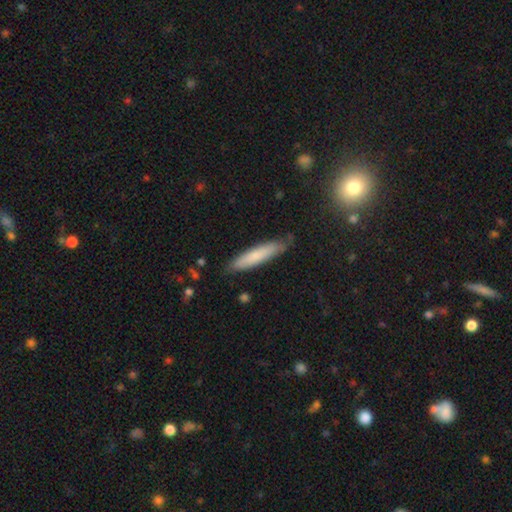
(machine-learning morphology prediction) Q: Smooth or featured?
A: smooth (74%); runner-up: featured or disk (20%)
Q: How rounded?
A: cigar-shaped (88%); runner-up: in between (11%)
Q: Merging?
A: none (83%); runner-up: minor disturbance (13%)